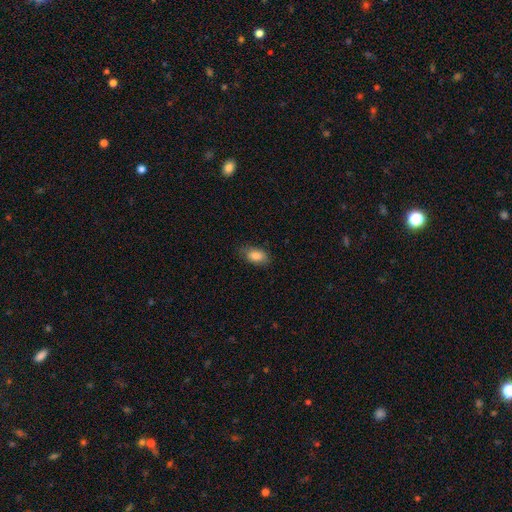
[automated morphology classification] smooth 85%, featured or disk 8%, star or artifact 7%. Down the decision tree: how rounded — in between (90%); merging — none (76%).